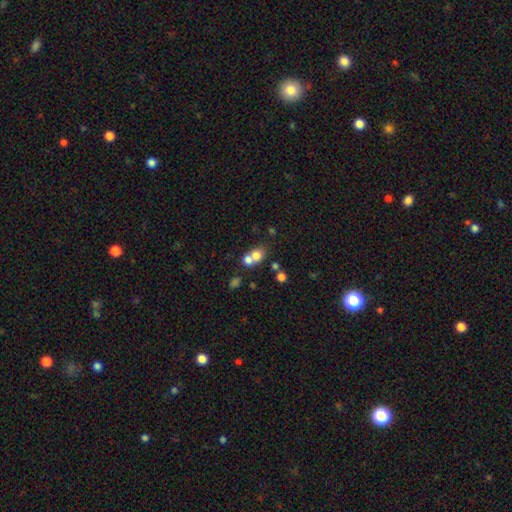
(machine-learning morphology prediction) Smooth or featured? Predicted: smooth (p=0.72). How rounded? Predicted: round (p=0.69). Merging? Predicted: merger (p=0.59).